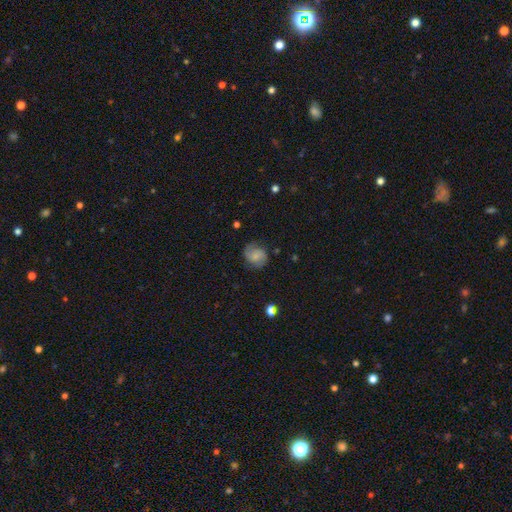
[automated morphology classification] The model was most divided on "smooth or featured": smooth: 46%, featured or disk: 44%, star or artifact: 10%. More confident: merging — none (71%).